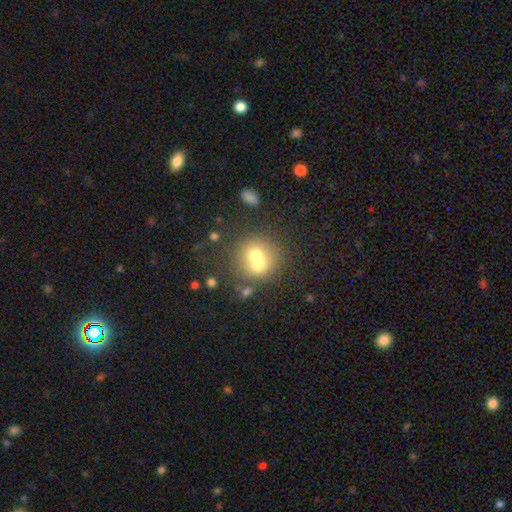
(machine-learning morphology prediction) Smooth or featured? smooth (63%)
How rounded? round (86%)
Merging? merger (53%)